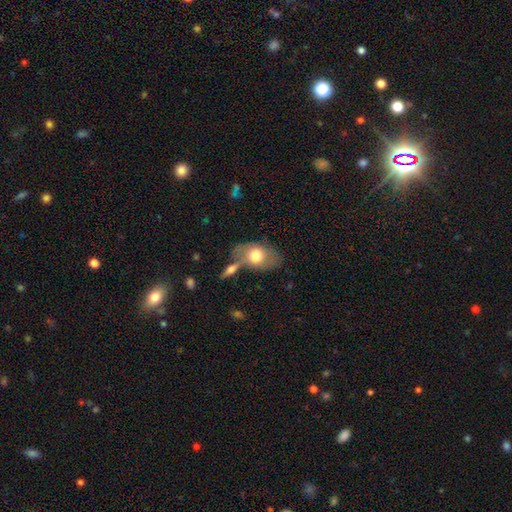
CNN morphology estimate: Smooth or featured? Predicted: smooth (p=0.67). How rounded? Predicted: in between (p=0.86). Merging? Predicted: none (p=0.53).